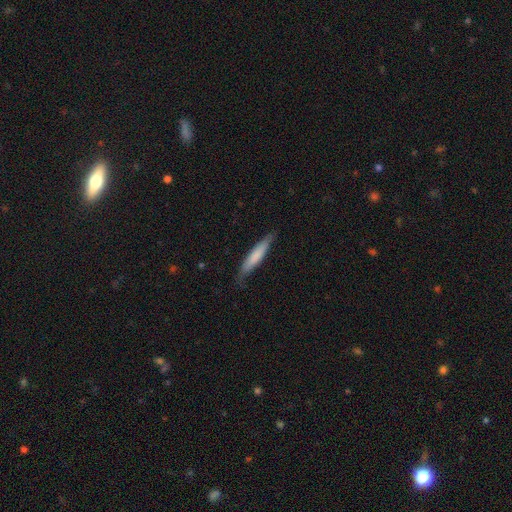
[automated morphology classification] smooth-or-featured: smooth: 71% | featured or disk: 24% | star or artifact: 5%
  how-rounded: cigar-shaped: 89% | in between: 10% | round: 1%
  merging: none: 79% | minor disturbance: 17% | major disturbance: 3% | merger: 1%